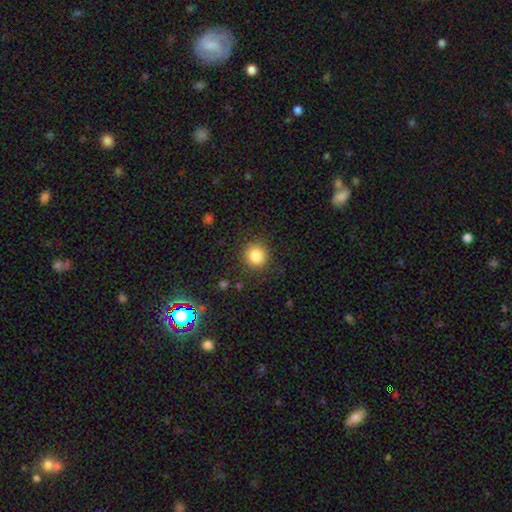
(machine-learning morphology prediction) smooth 84%, star or artifact 11%, featured or disk 5%. Down the decision tree: how rounded — round (92%); merging — none (88%).